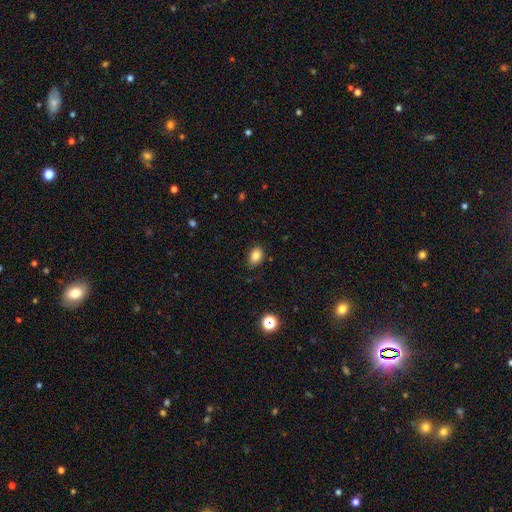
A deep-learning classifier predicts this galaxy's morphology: This appears to be a smooth galaxy with no disk features (82%) that is in between round and cigar-shaped (76%). Merging: none (82%).